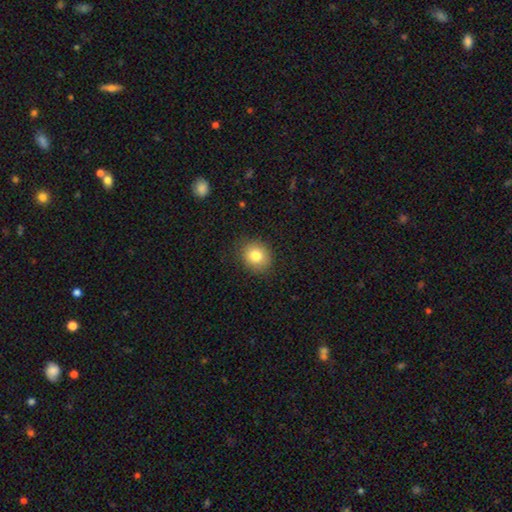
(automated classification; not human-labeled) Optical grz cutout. It shows a smooth galaxy with no disk features (81%) that is round (79%). Merging: none (87%).